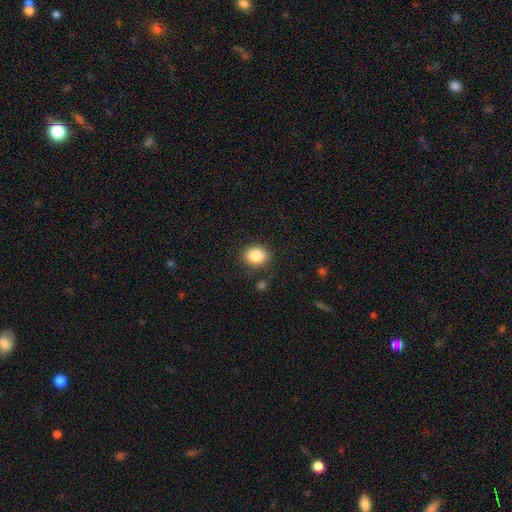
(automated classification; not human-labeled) Morphology: type=smooth (87%); roundness=round (59%); merging=none (84%).